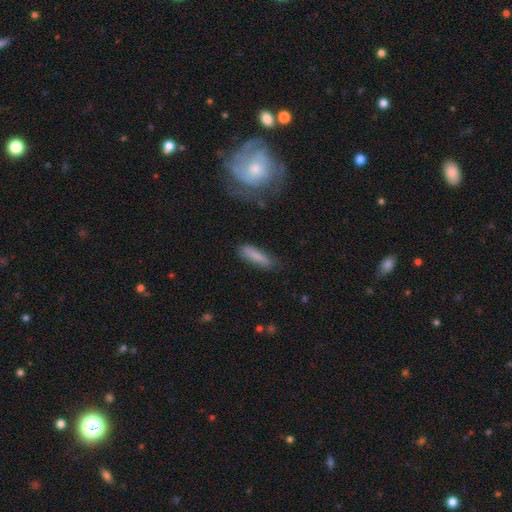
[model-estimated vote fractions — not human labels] Q: Smooth or featured?
A: smooth (79%); runner-up: featured or disk (14%)
Q: How rounded?
A: cigar-shaped (72%); runner-up: in between (26%)
Q: Merging?
A: none (76%); runner-up: minor disturbance (16%)